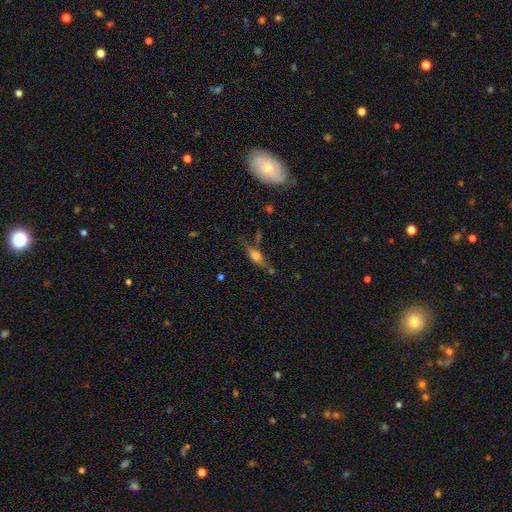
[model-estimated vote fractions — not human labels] Smooth or featured? featured or disk (48%)
Merging? none (60%)